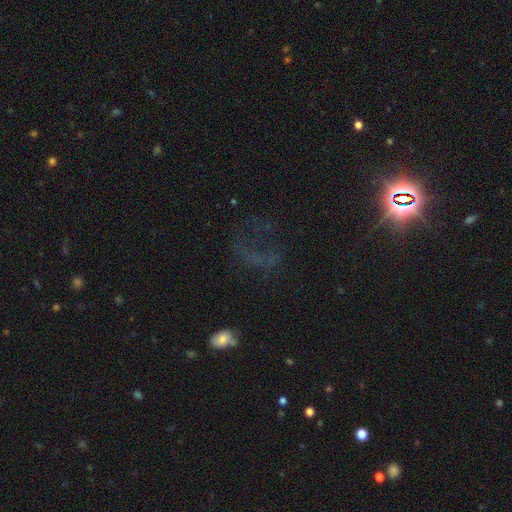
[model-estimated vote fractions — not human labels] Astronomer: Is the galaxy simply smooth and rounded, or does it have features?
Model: star or artifact — 50% (runner-up: featured or disk, 27%).